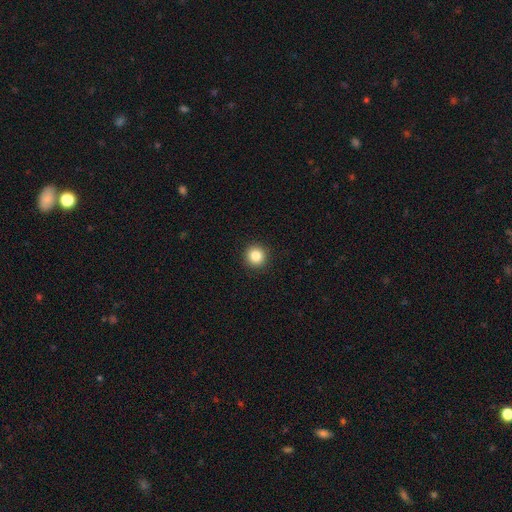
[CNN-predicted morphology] smooth_or_featured: smooth (p=0.84) [alt: star or artifact p=0.11]
how_rounded: round (p=0.95) [alt: in between p=0.04]
merging: none (p=0.93) [alt: minor disturbance p=0.05]